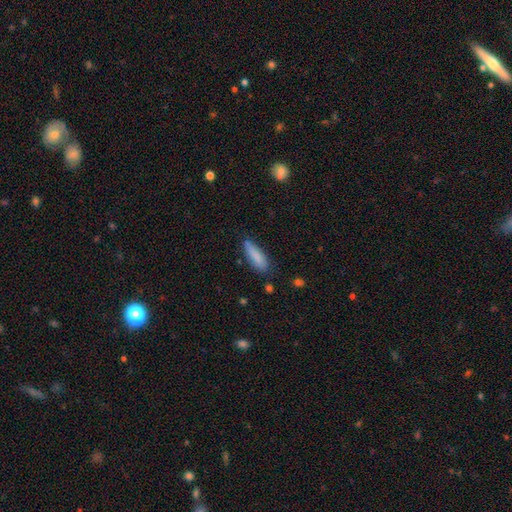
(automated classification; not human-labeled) Smooth or featured? Predicted: smooth (p=0.85). How rounded? Predicted: cigar-shaped (p=0.53). Merging? Predicted: none (p=0.73).